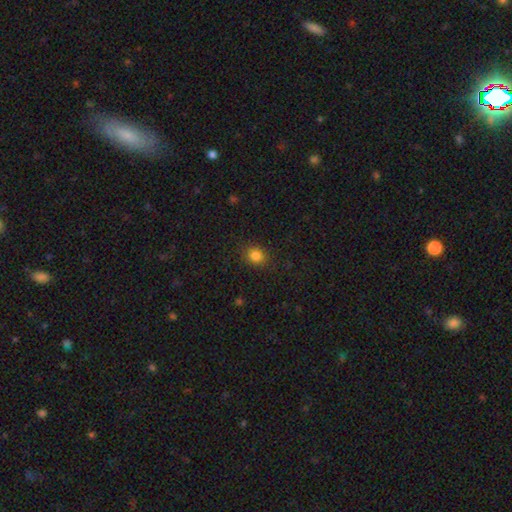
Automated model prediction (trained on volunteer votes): Morphology: type=smooth (84%); roundness=round (72%); merging=none (88%).